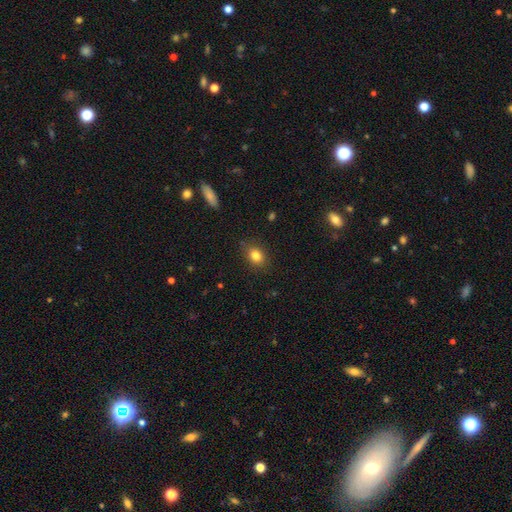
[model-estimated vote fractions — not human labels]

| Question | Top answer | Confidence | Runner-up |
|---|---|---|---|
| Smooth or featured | smooth | 83% | star or artifact (10%) |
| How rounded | in between | 59% | round (40%) |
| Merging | none | 85% | minor disturbance (11%) |